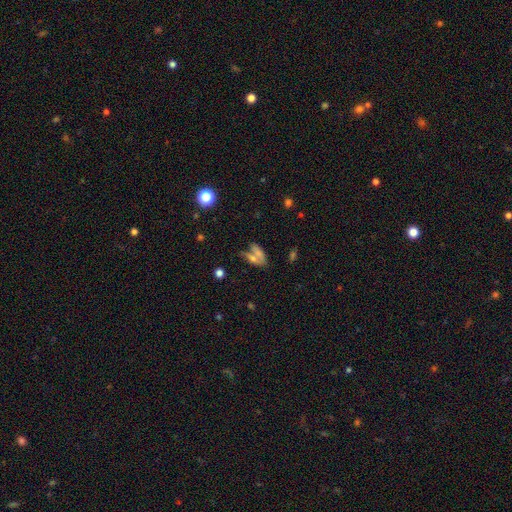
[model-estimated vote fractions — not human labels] smooth_or_featured: smooth (p=0.62) [alt: featured or disk p=0.27]
how_rounded: in between (p=0.71) [alt: cigar-shaped p=0.20]
merging: merger (p=0.46) [alt: none p=0.34]